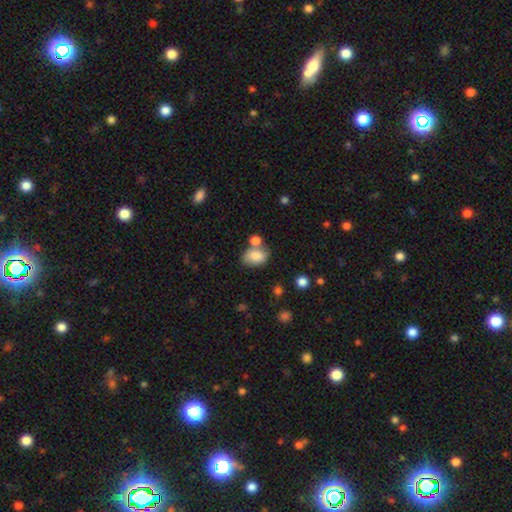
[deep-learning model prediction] Smooth or featured? smooth (82%)
How rounded? in between (79%)
Merging? none (51%)